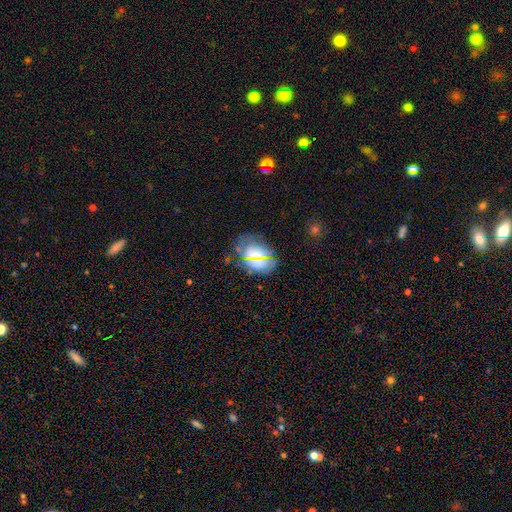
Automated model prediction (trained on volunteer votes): Morphology: type=smooth (65%); roundness=in between (69%); merging=none (73%).